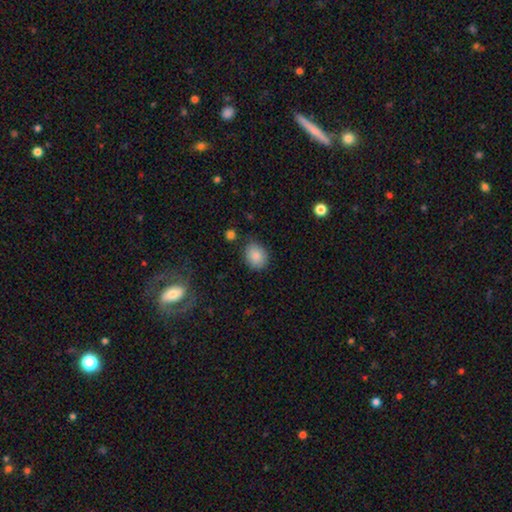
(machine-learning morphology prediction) Overall: smooth (86%). How rounded: round (56%; in between 44%). Merging: none (81%).